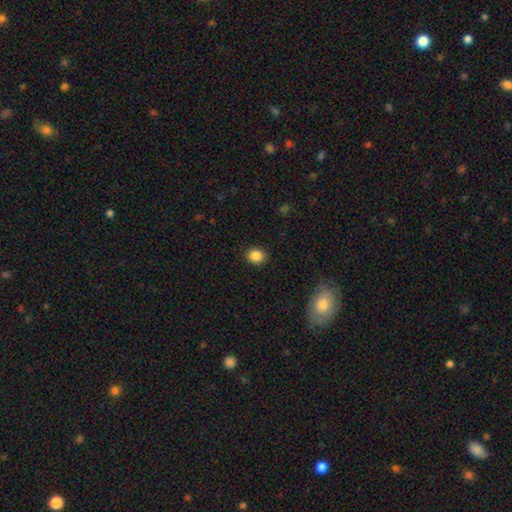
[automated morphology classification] Smooth or featured: smooth — 86% (star or artifact — 10%)
How rounded: round — 67% (in between — 32%)
Merging: none — 90% (minor disturbance — 7%)